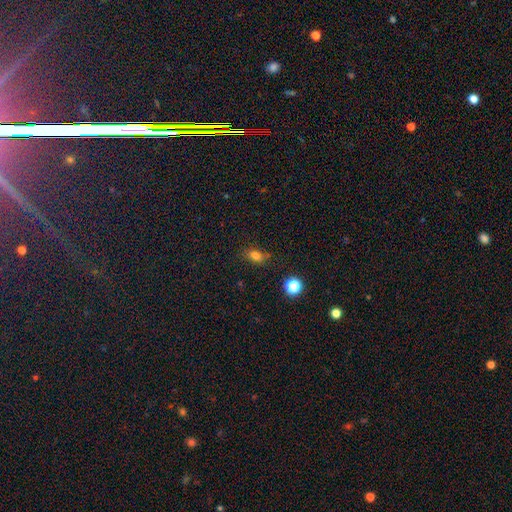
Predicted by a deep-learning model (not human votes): Morphology: type=smooth (77%); roundness=in between (73%); merging=none (74%).